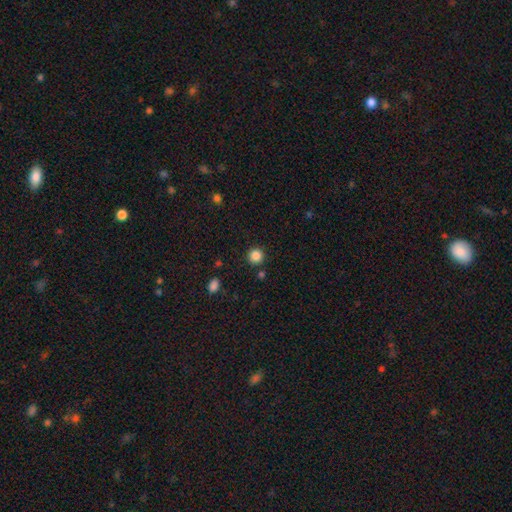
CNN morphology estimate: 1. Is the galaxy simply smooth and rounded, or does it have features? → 85% smooth, 11% star or artifact, 4% featured or disk.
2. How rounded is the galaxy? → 94% round, 5% in between, 1% cigar-shaped.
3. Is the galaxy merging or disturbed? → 89% none, 6% minor disturbance, 3% merger, 2% major disturbance.